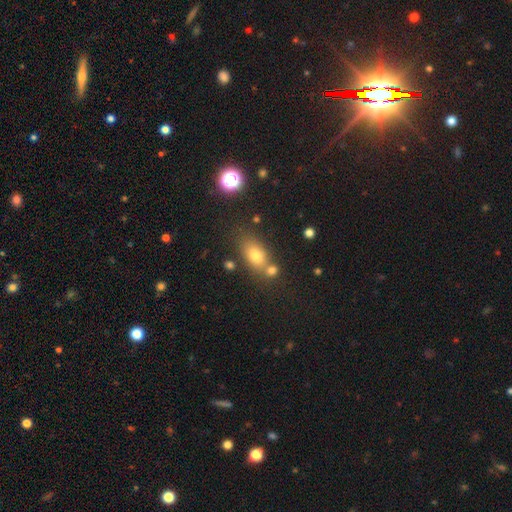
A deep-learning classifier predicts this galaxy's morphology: A smooth galaxy with no disk features (75%) that is in between round and cigar-shaped (77%).

Vote fractions:
- Smooth or featured? smooth: 75% / star or artifact: 13% / featured or disk: 12%
- How rounded? in between: 77% / round: 16% / cigar-shaped: 7%
- Merging? none: 58% / merger: 23% / minor disturbance: 14% / major disturbance: 5%